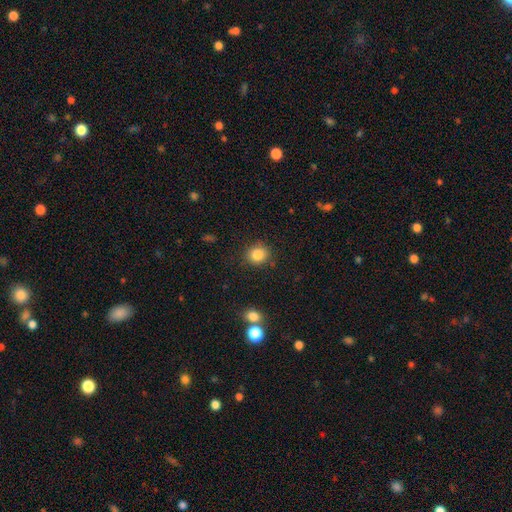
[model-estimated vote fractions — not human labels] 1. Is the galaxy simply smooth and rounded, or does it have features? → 84% smooth, 11% star or artifact, 5% featured or disk.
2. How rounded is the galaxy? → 83% round, 16% in between, 1% cigar-shaped.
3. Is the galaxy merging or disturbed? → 86% none, 9% minor disturbance, 3% major disturbance, 3% merger.